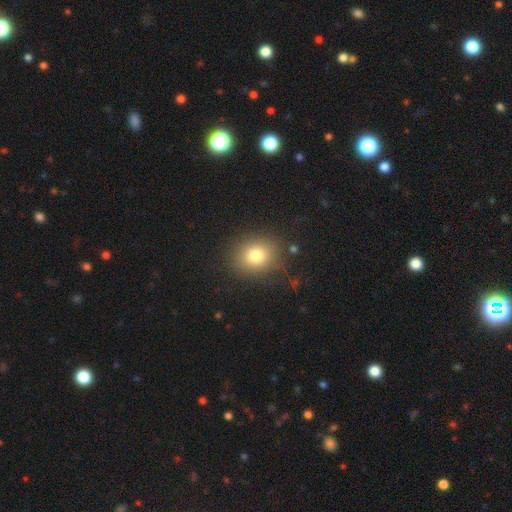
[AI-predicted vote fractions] Smooth or featured? smooth (79%)
How rounded? round (61%)
Merging? none (84%)